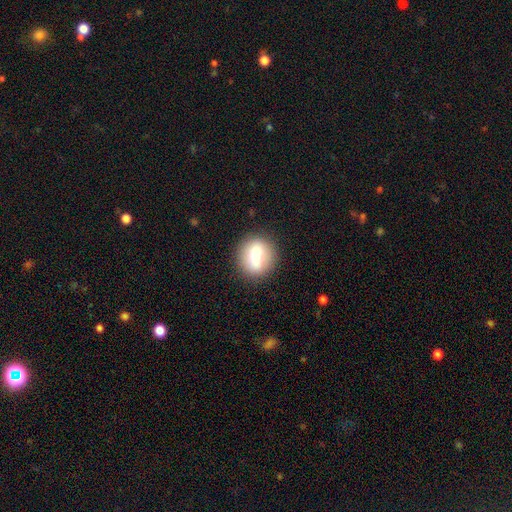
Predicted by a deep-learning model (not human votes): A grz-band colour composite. It shows a smooth galaxy with no disk features (69%) that is round (66%). Merging: none (83%).